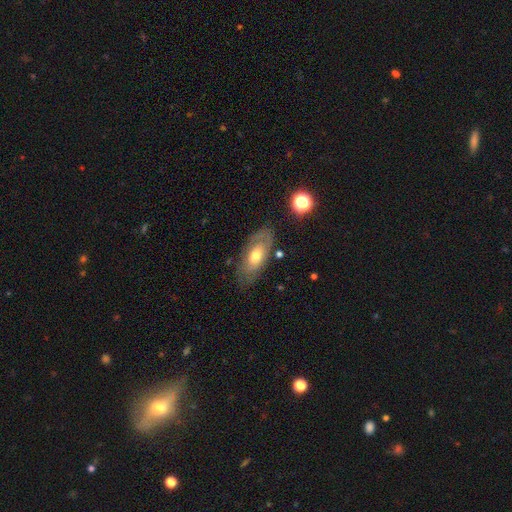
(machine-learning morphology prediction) A smooth galaxy with no disk features (49%). Merging: none (72%).